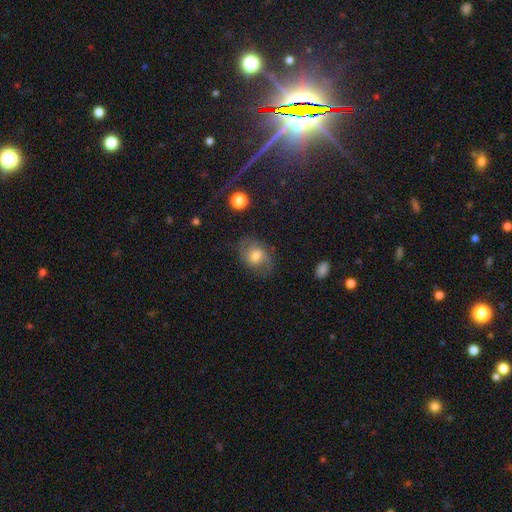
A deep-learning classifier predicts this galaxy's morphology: This appears to be a featured or disk galaxy (46%). Merging: none (67%).